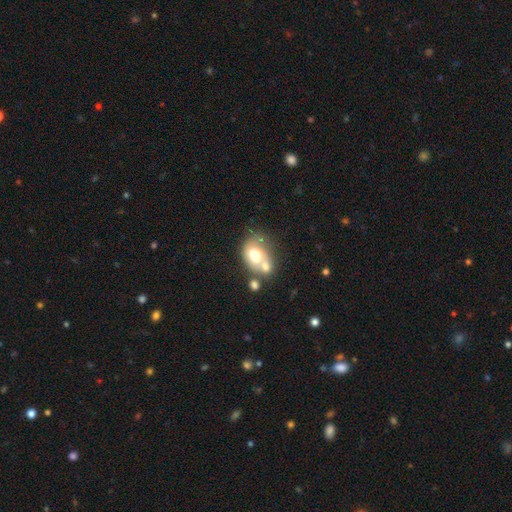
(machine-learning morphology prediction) smooth-or-featured: smooth: 62% | featured or disk: 29% | star or artifact: 9%
  how-rounded: in between: 66% | round: 32% | cigar-shaped: 1%
  merging: merger: 50% | none: 26% | minor disturbance: 15% | major disturbance: 9%